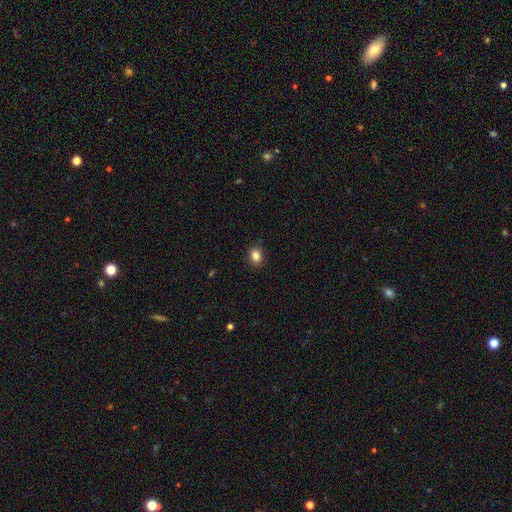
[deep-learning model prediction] smooth-or-featured: smooth: 85% | star or artifact: 10% | featured or disk: 5%
  how-rounded: in between: 60% | round: 38% | cigar-shaped: 1%
  merging: none: 88% | minor disturbance: 9% | major disturbance: 2% | merger: 1%